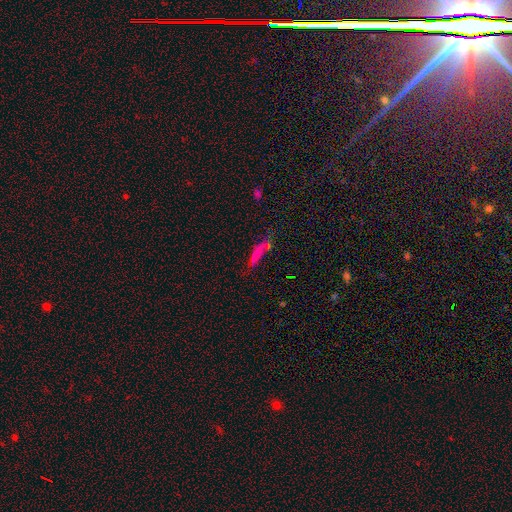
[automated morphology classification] This is possibly a smooth galaxy (57%). How rounded: likely cigar-shaped (71%). Merging: possibly none (49%).